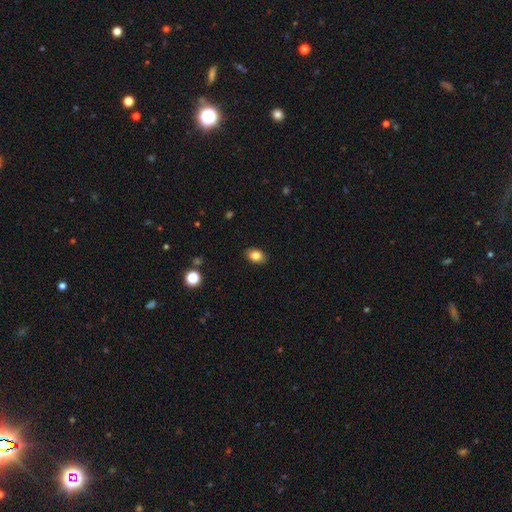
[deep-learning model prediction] This is clearly a smooth galaxy (84%). How rounded: likely in between (75%). Merging: clearly none (88%).